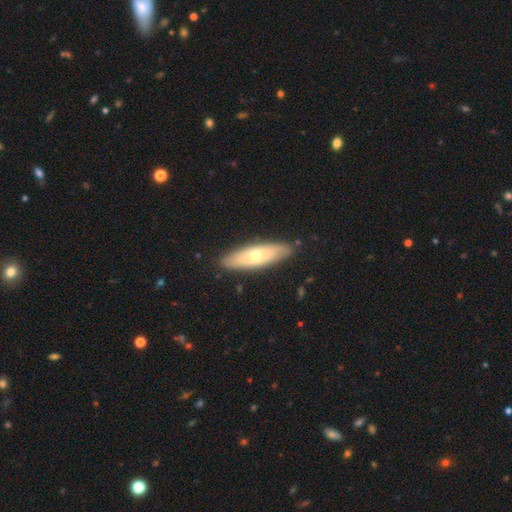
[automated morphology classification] Smooth or featured? smooth (54%)
How rounded? cigar-shaped (54%)
Merging? none (87%)